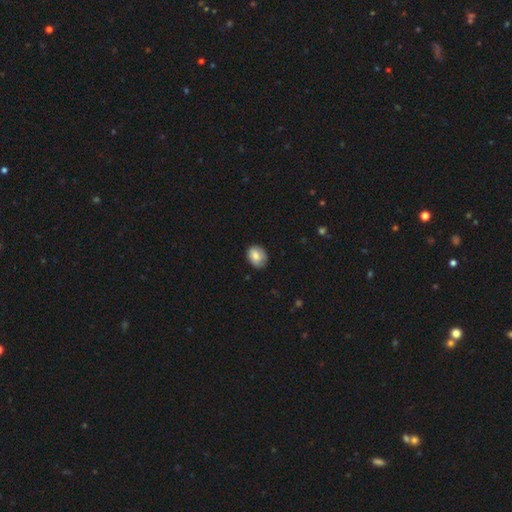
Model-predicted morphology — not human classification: Smooth or featured?
  - smooth: 81% *
  - featured or disk: 12%
  - star or artifact: 7%
How rounded?
  - in between: 56% *
  - round: 43%
  - cigar-shaped: 1%
Merging?
  - none: 78% *
  - minor disturbance: 18%
  - major disturbance: 3%
  - merger: 1%